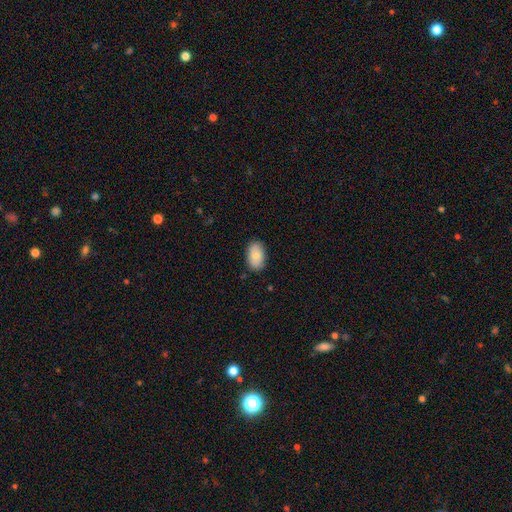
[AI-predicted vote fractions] smooth-or-featured: smooth: 82% | featured or disk: 12% | star or artifact: 6%
  how-rounded: in between: 92% | round: 6% | cigar-shaped: 1%
  merging: none: 85% | minor disturbance: 12% | major disturbance: 2% | merger: 1%